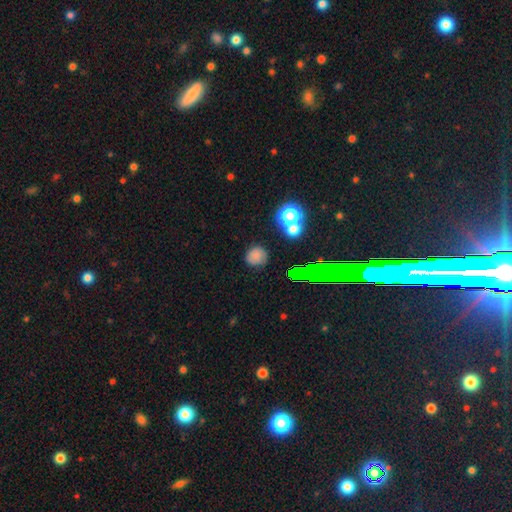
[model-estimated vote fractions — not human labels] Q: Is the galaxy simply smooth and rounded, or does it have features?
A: smooth — 67%.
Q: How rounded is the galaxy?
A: round — 87%.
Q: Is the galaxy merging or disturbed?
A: none — 77%.